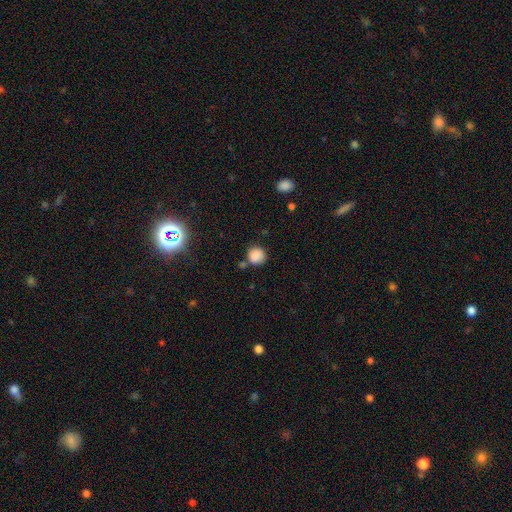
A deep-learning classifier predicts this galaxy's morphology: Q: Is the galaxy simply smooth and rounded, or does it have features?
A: smooth — 85%.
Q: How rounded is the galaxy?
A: round — 89%.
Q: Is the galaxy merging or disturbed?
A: none — 72%.